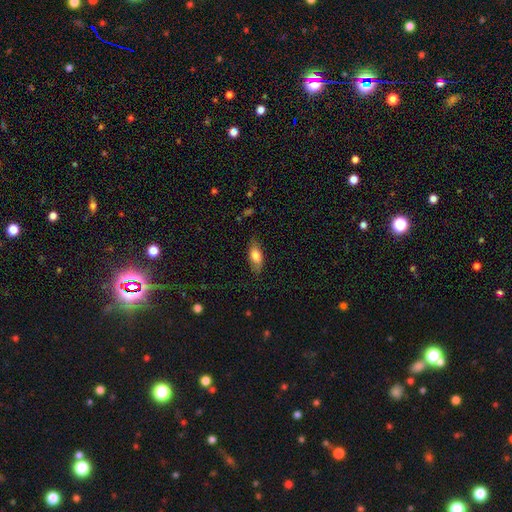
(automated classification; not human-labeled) This appears to be a smooth galaxy with no disk features (74%) that is in between round and cigar-shaped (80%). Merging: none (76%).